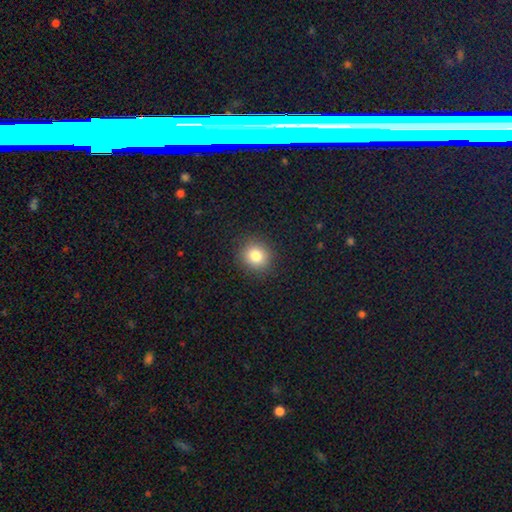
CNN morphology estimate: Smooth or featured?
  - smooth: 82% *
  - star or artifact: 11%
  - featured or disk: 6%
How rounded?
  - round: 85% *
  - in between: 15%
  - cigar-shaped: 1%
Merging?
  - none: 90% *
  - minor disturbance: 7%
  - major disturbance: 2%
  - merger: 1%